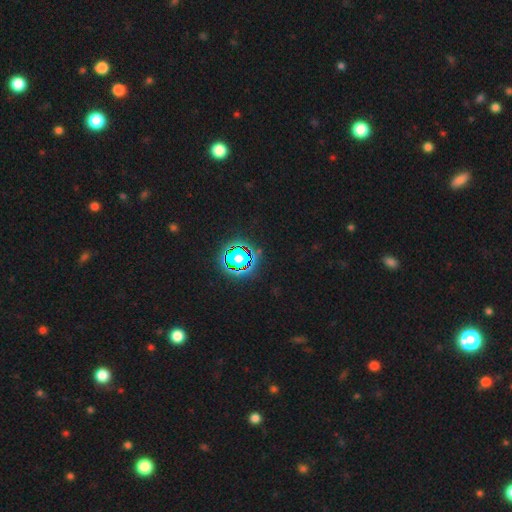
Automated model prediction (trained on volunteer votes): This is clearly a star or artifact rather than a galaxy (80%).